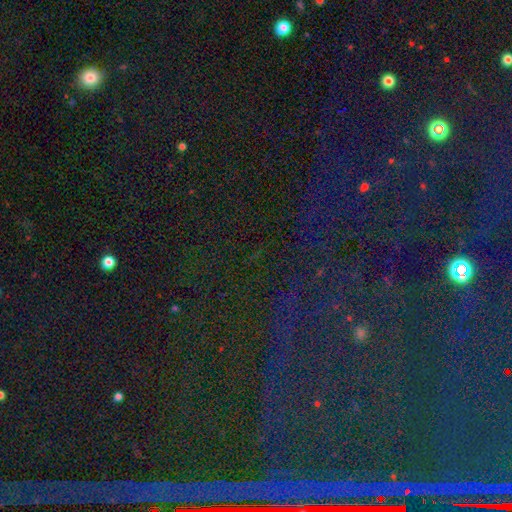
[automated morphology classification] A star or artifact, not a galaxy (84%).